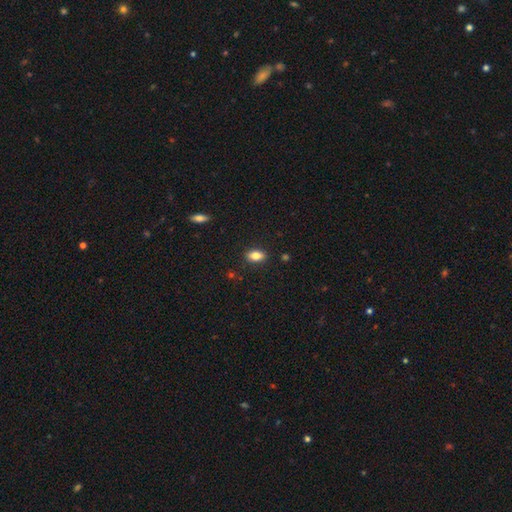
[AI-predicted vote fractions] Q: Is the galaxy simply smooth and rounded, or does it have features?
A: smooth — 82%.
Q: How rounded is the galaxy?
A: in between — 87%.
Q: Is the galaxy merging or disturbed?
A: none — 87%.